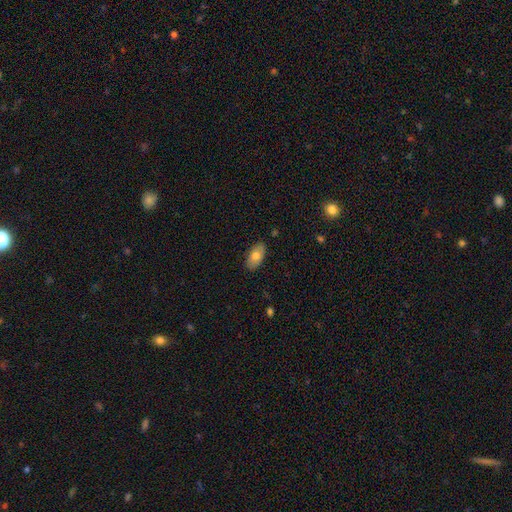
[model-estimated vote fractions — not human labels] This is likely a smooth galaxy (74%). How rounded: clearly in between (93%). Merging: clearly none (86%).